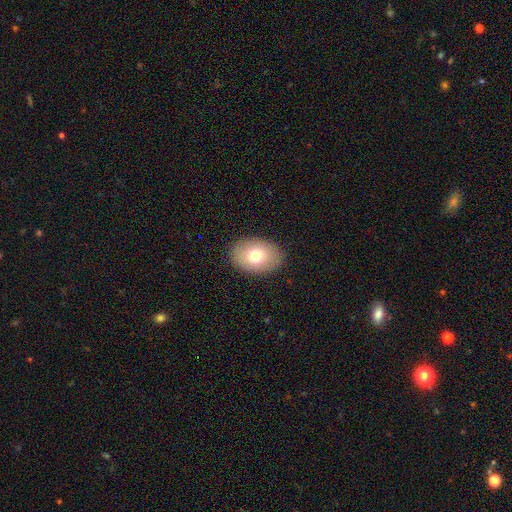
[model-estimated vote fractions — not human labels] This is likely a smooth galaxy (76%). How rounded: clearly in between (80%). Merging: clearly none (89%).